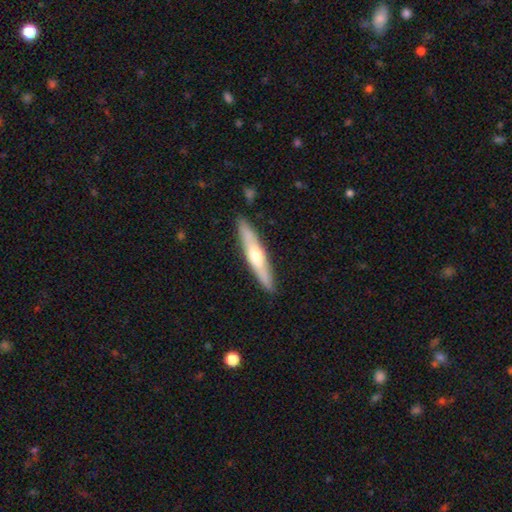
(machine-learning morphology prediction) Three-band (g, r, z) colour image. It shows a featured or disk galaxy (50%) viewed edge-on (88%). Merging: none (89%).